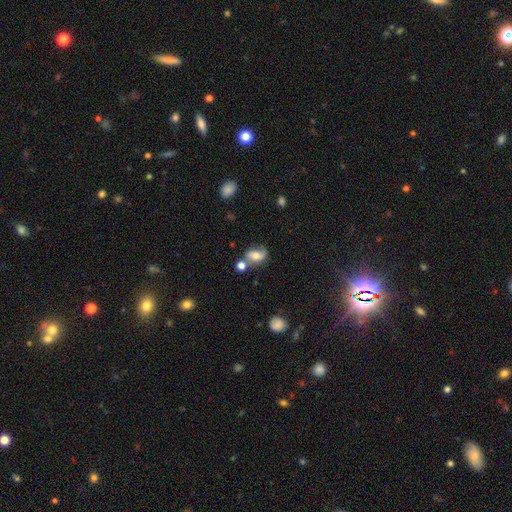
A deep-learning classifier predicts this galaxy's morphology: smooth-or-featured: featured or disk: 45% | smooth: 44% | star or artifact: 11%
  merging: none: 46% | minor disturbance: 22% | merger: 21% | major disturbance: 11%